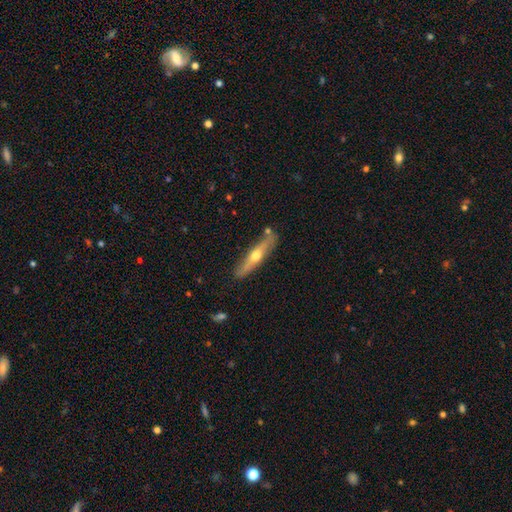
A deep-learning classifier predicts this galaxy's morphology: Q: Smooth or featured?
A: featured or disk (58%); runner-up: smooth (36%)
Q: Edge-on disk?
A: yes (90%); runner-up: no (10%)
Q: Edge-on bulge?
A: rounded (92%); runner-up: none (6%)
Q: Merging?
A: none (81%); runner-up: minor disturbance (12%)